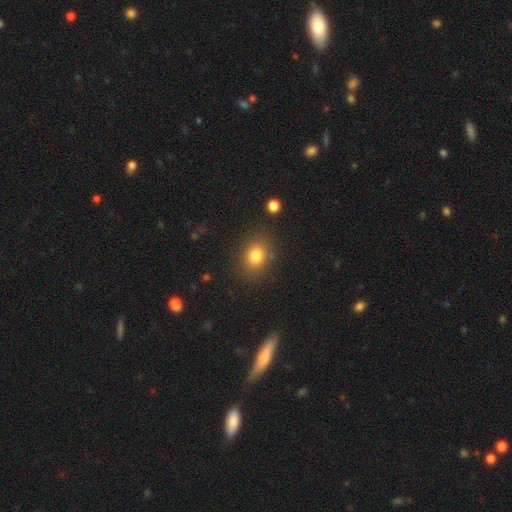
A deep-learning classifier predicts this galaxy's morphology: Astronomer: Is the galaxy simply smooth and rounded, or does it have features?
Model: smooth — 81%.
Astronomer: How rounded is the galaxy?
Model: round — 50% (runner-up: in between, 49%).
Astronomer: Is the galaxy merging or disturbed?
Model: none — 82%.